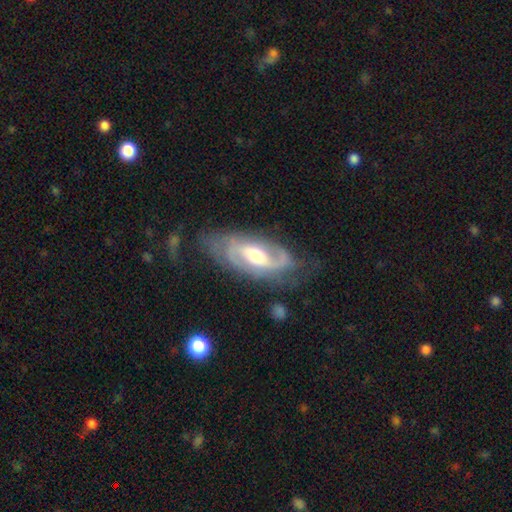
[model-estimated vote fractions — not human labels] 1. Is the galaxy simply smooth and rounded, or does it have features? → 86% featured or disk, 10% smooth, 5% star or artifact.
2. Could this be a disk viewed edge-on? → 94% no, 6% yes.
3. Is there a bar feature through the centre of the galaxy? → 45% weak, 33% no, 23% strong.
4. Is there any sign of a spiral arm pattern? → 94% yes, 6% no.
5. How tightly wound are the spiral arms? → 46% medium, 31% tight, 23% loose.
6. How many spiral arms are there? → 76% 2, 11% can't tell, 5% 3, 5% 1, 2% 4, 2% more than 4.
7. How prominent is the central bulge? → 68% moderate, 15% small, 15% large, 1% none, 1% dominant.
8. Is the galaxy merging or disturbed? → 63% none, 23% minor disturbance, 12% major disturbance, 2% merger.